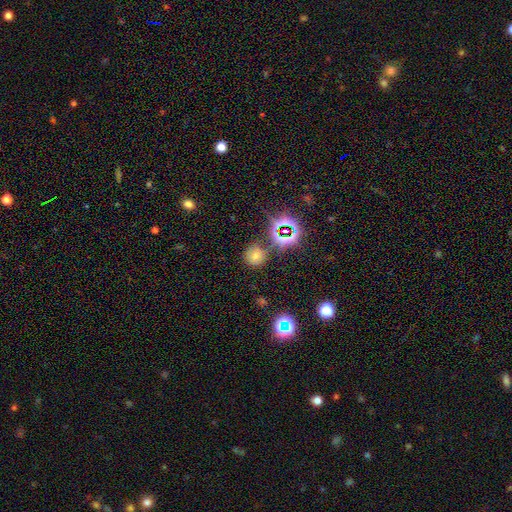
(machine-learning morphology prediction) Overall: smooth (49%; star or artifact 40%). Merging: none (81%).